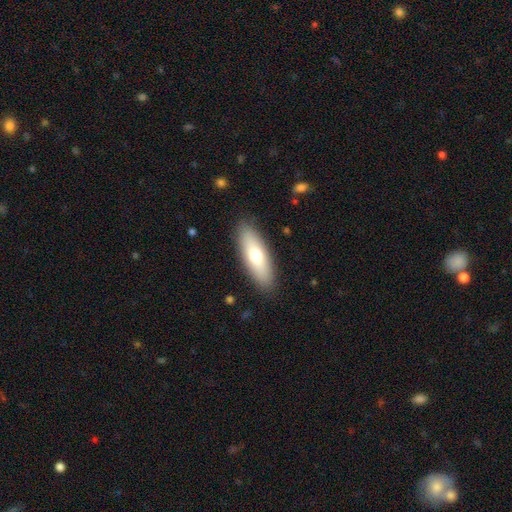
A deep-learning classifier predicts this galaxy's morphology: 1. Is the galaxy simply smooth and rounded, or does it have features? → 68% smooth, 26% featured or disk, 6% star or artifact.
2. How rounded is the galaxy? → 63% in between, 35% cigar-shaped, 2% round.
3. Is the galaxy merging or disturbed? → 88% none, 9% minor disturbance, 2% major disturbance, 1% merger.